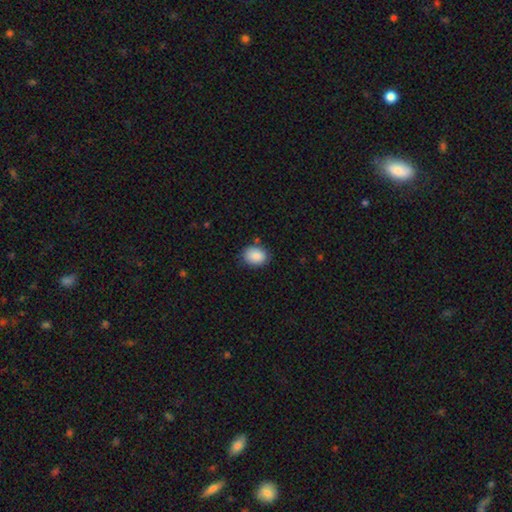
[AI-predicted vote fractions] A smooth galaxy with no disk features (88%) that is in between round and cigar-shaped (57%). Merging: none (80%).